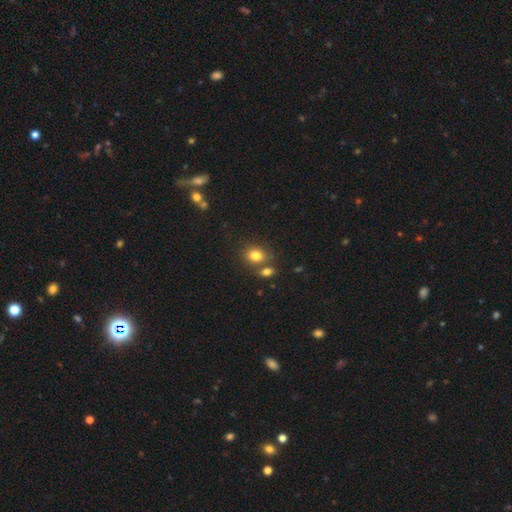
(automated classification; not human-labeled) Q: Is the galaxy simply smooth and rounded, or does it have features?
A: smooth — 81%.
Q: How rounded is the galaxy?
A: round — 52%.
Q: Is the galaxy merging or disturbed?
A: none — 60%.